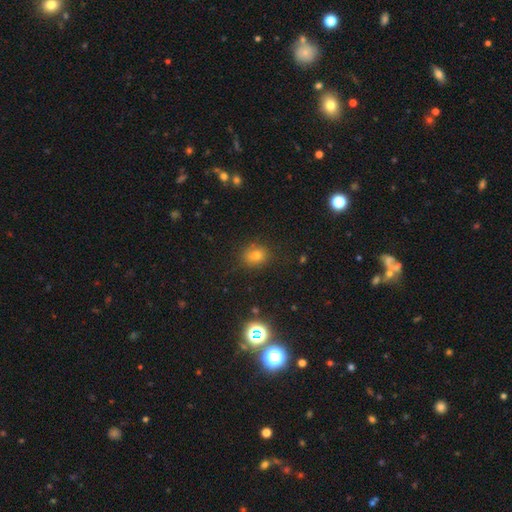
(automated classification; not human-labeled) smooth_or_featured: smooth (p=0.71) [alt: star or artifact p=0.20]
how_rounded: round (p=0.65) [alt: in between p=0.34]
merging: none (p=0.84) [alt: minor disturbance p=0.10]